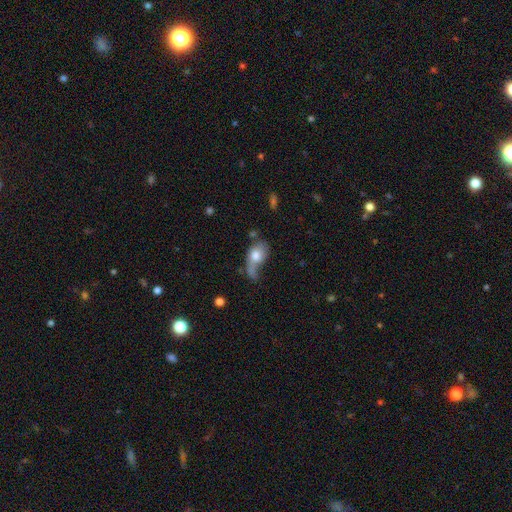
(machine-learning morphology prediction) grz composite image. It shows a smooth galaxy with no disk features (65%) that is in between round and cigar-shaped (72%). Merging: major disturbance (38%).